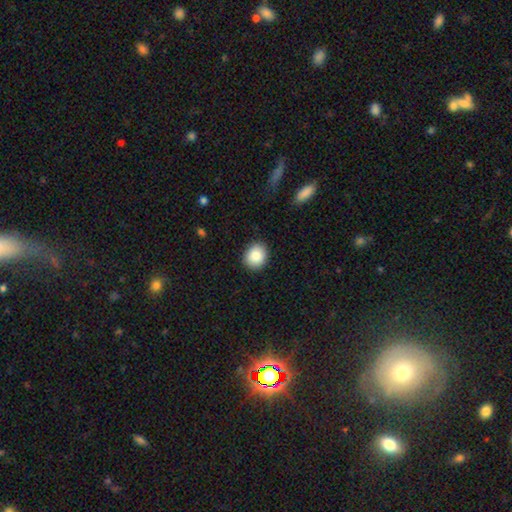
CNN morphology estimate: smooth-or-featured: smooth: 86% | star or artifact: 8% | featured or disk: 6%
  how-rounded: round: 67% | in between: 32% | cigar-shaped: 1%
  merging: none: 89% | minor disturbance: 8% | major disturbance: 2% | merger: 1%